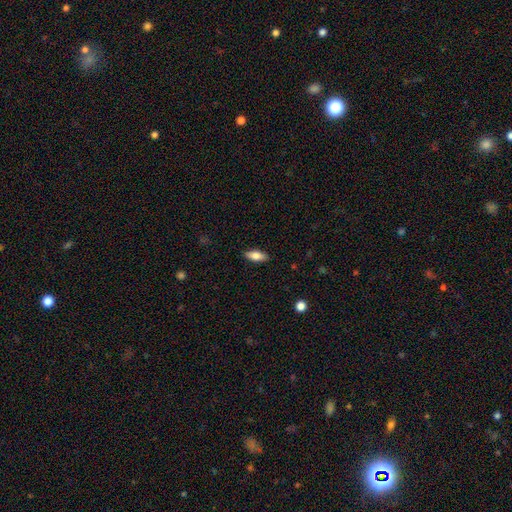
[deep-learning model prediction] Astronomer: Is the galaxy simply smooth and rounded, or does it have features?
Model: smooth — 77%.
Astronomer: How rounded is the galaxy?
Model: in between — 80%.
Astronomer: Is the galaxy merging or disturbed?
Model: none — 88%.